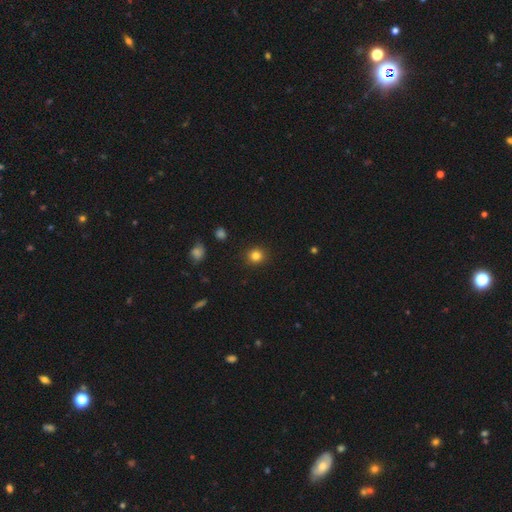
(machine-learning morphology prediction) Smooth or featured?
  - smooth: 82% *
  - star or artifact: 13%
  - featured or disk: 5%
How rounded?
  - round: 91% *
  - in between: 8%
  - cigar-shaped: 1%
Merging?
  - none: 91% *
  - minor disturbance: 6%
  - major disturbance: 2%
  - merger: 1%